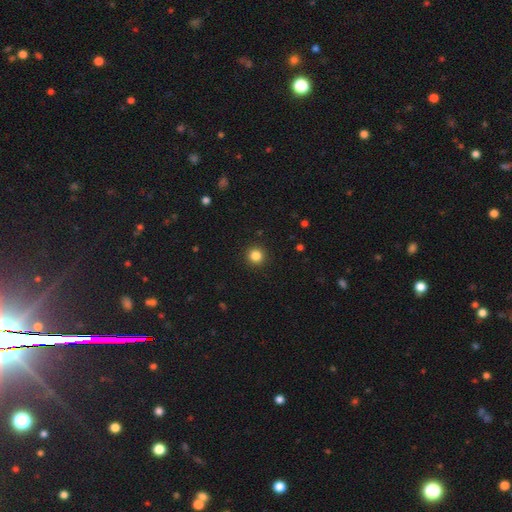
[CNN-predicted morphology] This is clearly a smooth galaxy (84%). How rounded: clearly round (94%). Merging: clearly none (93%).